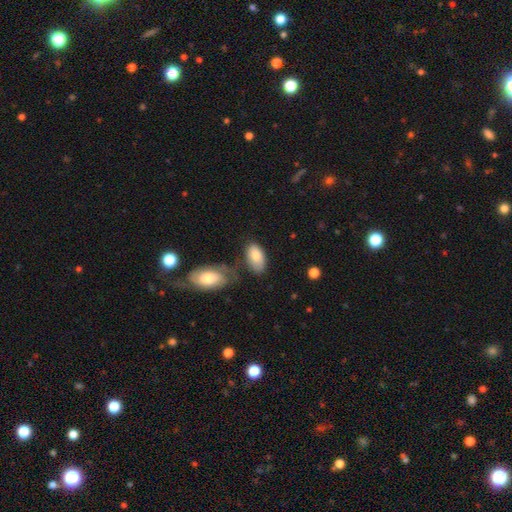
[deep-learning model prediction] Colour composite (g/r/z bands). It shows a smooth galaxy with no disk features (80%) that is in between round and cigar-shaped (94%). Merging: none (54%).